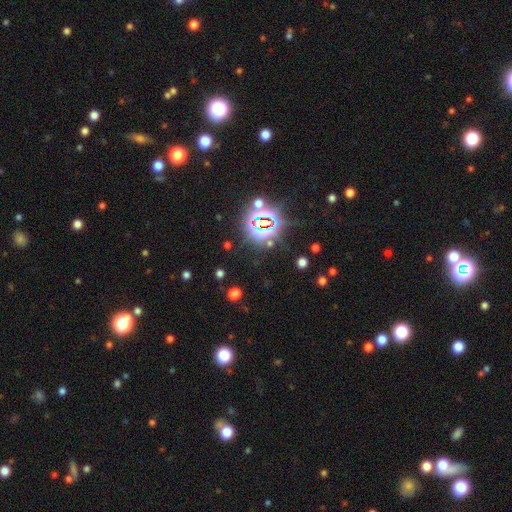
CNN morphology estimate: A star or artifact, not a galaxy (81%).

Vote fractions:
- Smooth or featured? star or artifact: 81% / smooth: 12% / featured or disk: 7%